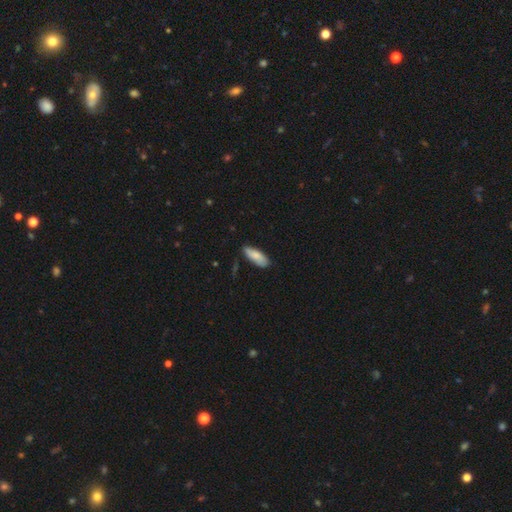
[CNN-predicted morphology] Smooth or featured? smooth (80%)
How rounded? in between (70%)
Merging? none (68%)